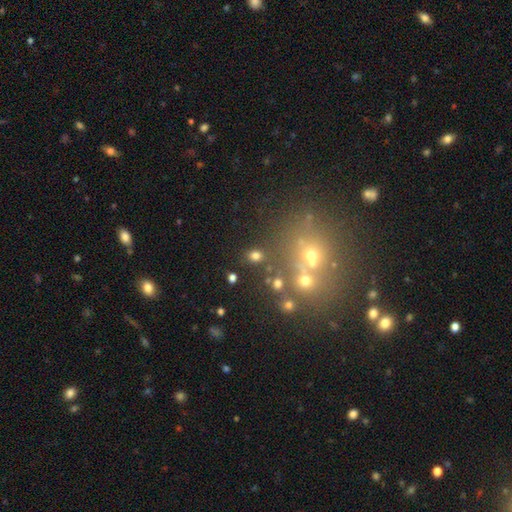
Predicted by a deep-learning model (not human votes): Morphology: type=smooth (72%); roundness=round (59%); merging=none (79%).